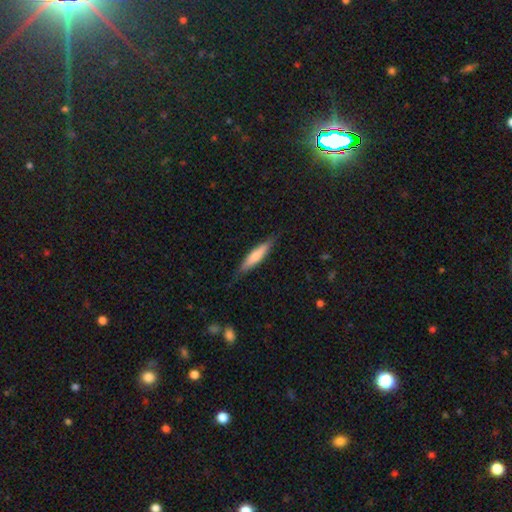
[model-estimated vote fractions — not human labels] Smooth or featured? smooth (62%)
How rounded? cigar-shaped (83%)
Merging? none (82%)